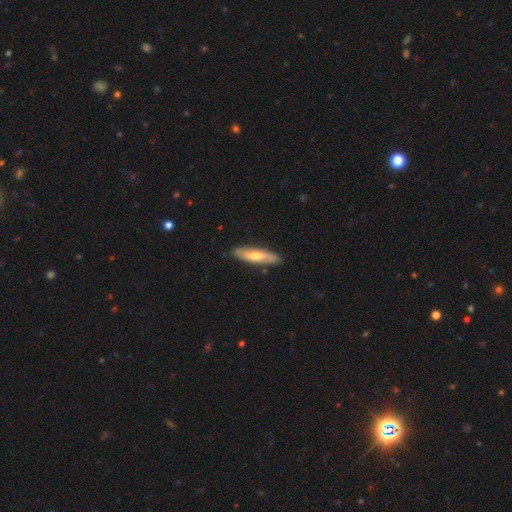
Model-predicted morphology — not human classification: smooth_or_featured: smooth (p=0.54) [alt: featured or disk p=0.41]
how_rounded: cigar-shaped (p=0.65) [alt: in between p=0.33]
merging: none (p=0.86) [alt: minor disturbance p=0.11]